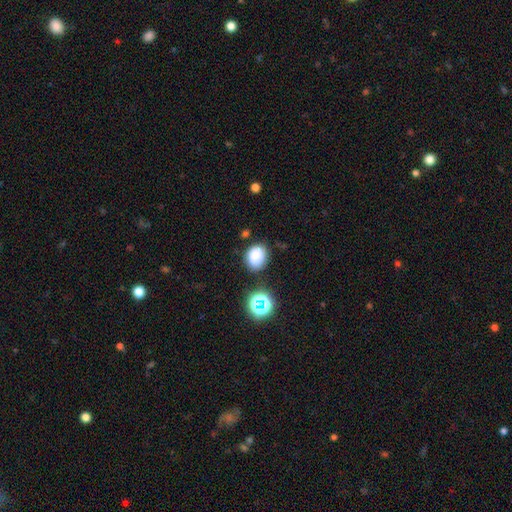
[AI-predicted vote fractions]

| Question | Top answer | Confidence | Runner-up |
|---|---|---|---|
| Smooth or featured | smooth | 79% | star or artifact (14%) |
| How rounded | round | 51% | in between (48%) |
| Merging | none | 70% | minor disturbance (19%) |